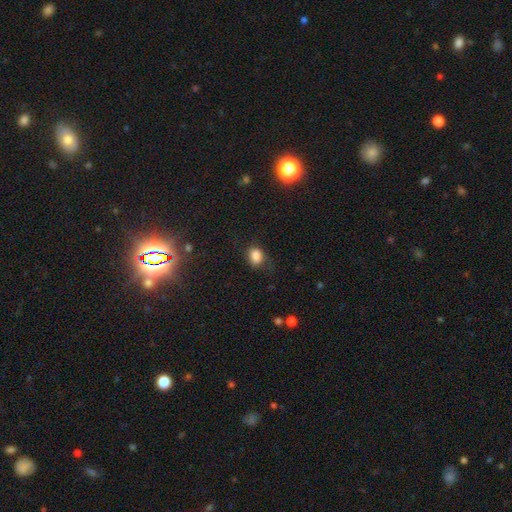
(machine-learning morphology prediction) Smooth or featured? smooth (84%)
How rounded? in between (63%)
Merging? none (58%)